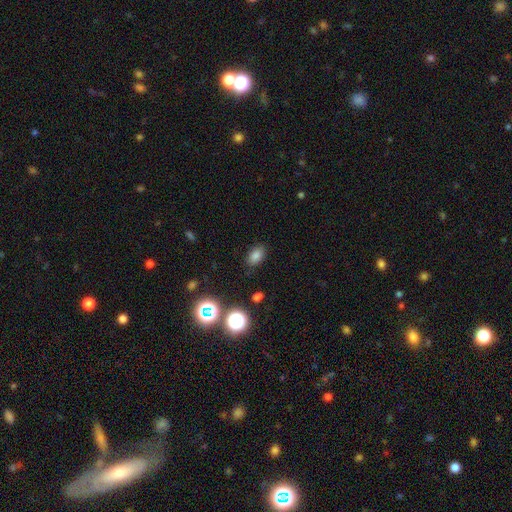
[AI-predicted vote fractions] This is likely a smooth galaxy (78%). How rounded: clearly in between (85%). Merging: clearly none (85%).